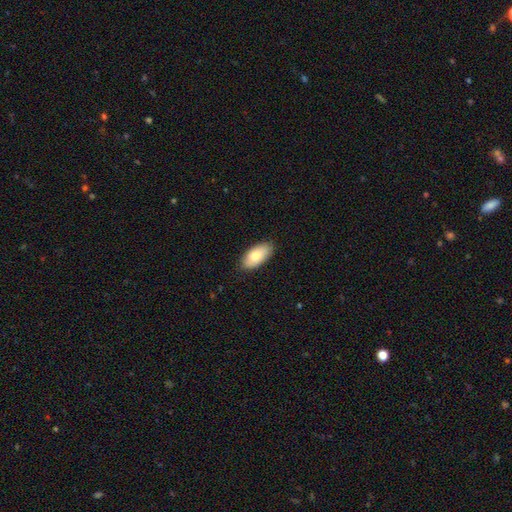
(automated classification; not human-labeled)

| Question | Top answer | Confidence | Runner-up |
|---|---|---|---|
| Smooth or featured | smooth | 80% | featured or disk (14%) |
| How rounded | in between | 93% | cigar-shaped (5%) |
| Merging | none | 87% | minor disturbance (10%) |